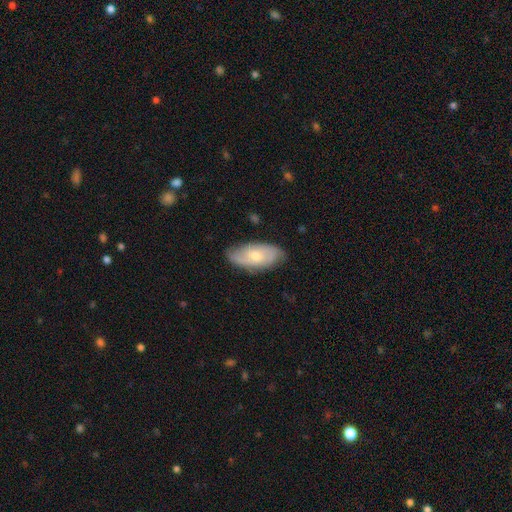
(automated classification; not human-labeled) smooth-or-featured: featured or disk: 56% | smooth: 37% | star or artifact: 7%
  disk-edge-on: no: 88% | yes: 12%
  merging: none: 78% | minor disturbance: 18% | major disturbance: 3% | merger: 1%